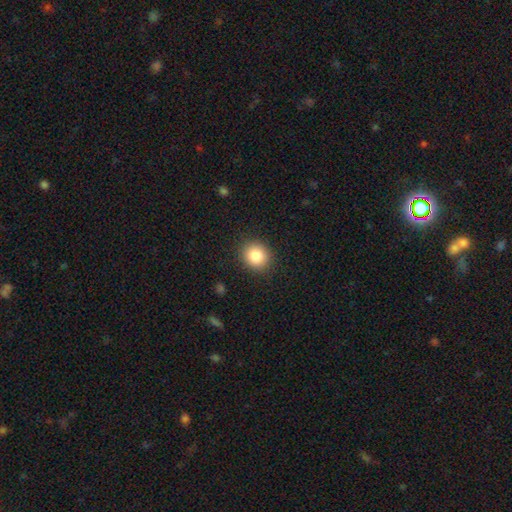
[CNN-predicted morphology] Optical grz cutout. It shows a smooth galaxy with no disk features (84%) that is round (82%). Merging: none (90%).